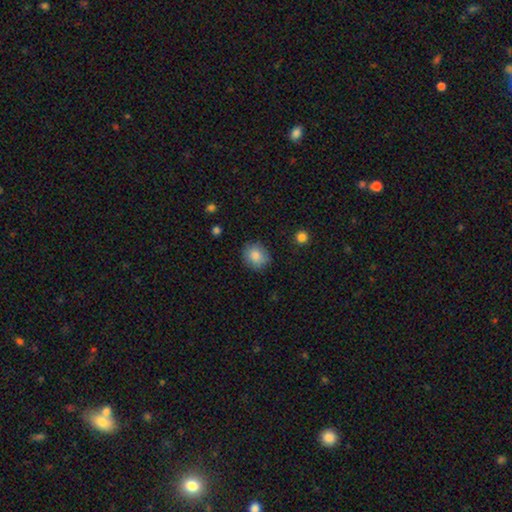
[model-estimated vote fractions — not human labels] Morphology: type=smooth (85%); roundness=round (74%); merging=none (80%).